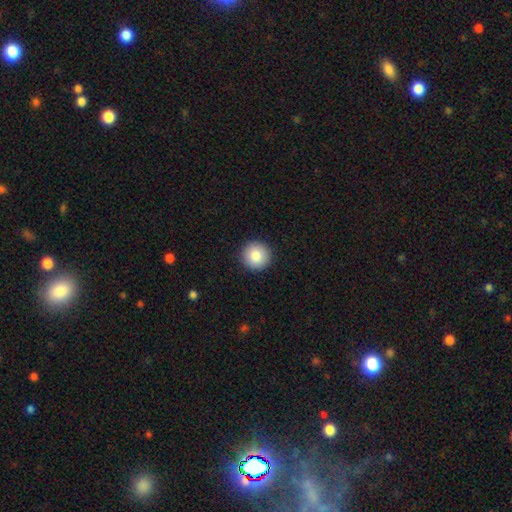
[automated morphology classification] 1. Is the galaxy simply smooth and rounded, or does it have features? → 85% smooth, 8% star or artifact, 7% featured or disk.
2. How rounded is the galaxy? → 96% round, 3% in between, 1% cigar-shaped.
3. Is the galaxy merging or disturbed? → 93% none, 5% minor disturbance, 1% major disturbance, 1% merger.